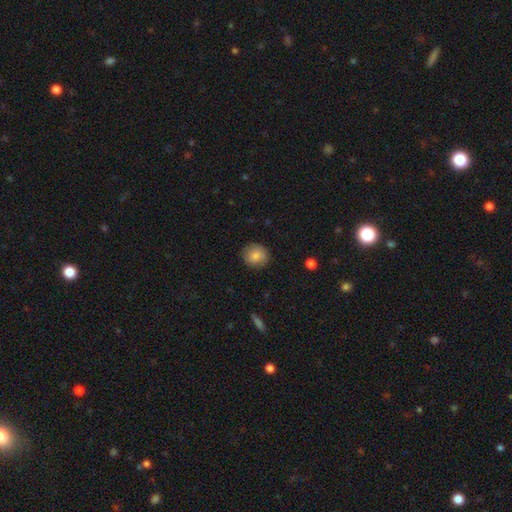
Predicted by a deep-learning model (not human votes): A smooth galaxy with no disk features (83%) that is round (85%). Merging: none (83%).